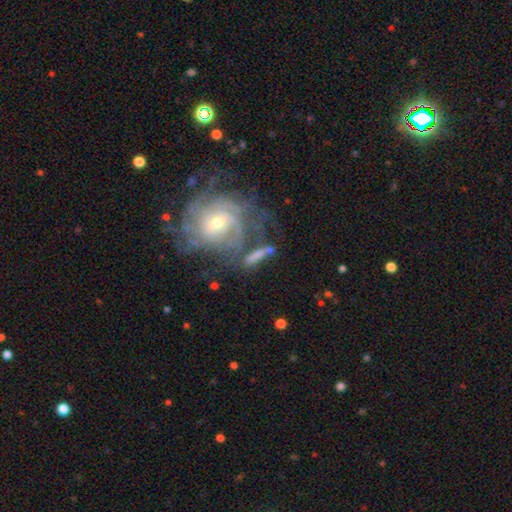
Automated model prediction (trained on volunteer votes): Smooth or featured? featured or disk (49%)
Merging? none (44%)